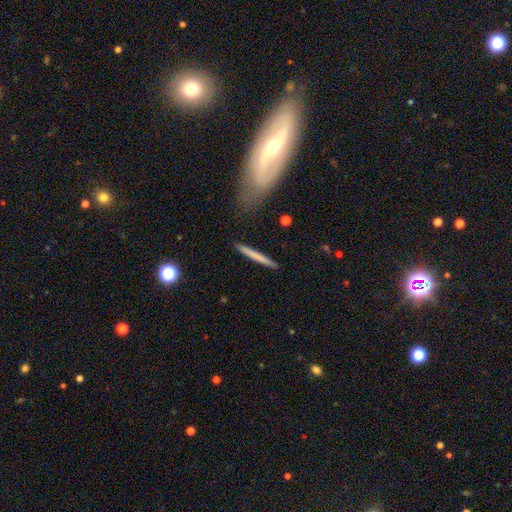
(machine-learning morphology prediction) Overall: smooth (68%). How rounded: cigar-shaped (96%). Merging: none (87%).